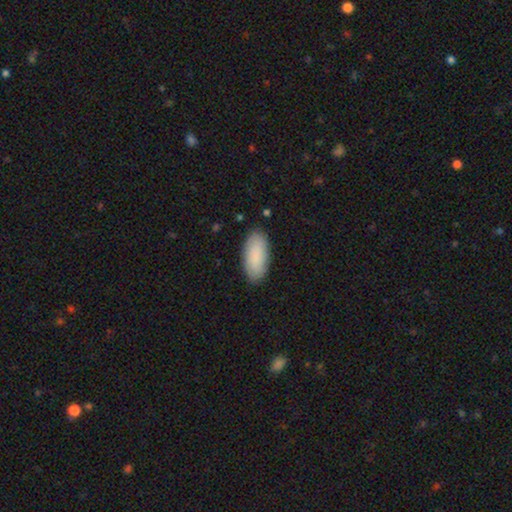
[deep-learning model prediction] smooth-or-featured: smooth: 89% | featured or disk: 6% | star or artifact: 5%
  how-rounded: in between: 88% | cigar-shaped: 10% | round: 2%
  merging: none: 88% | minor disturbance: 9% | major disturbance: 2% | merger: 1%